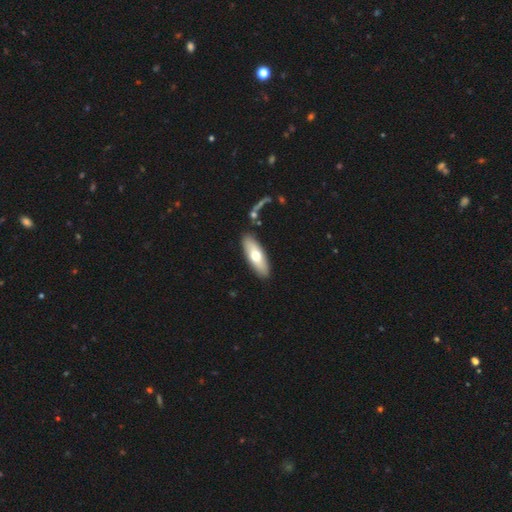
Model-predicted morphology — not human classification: This appears to be a smooth galaxy with no disk features (62%) that is in between round and cigar-shaped (58%). Merging: none (87%).